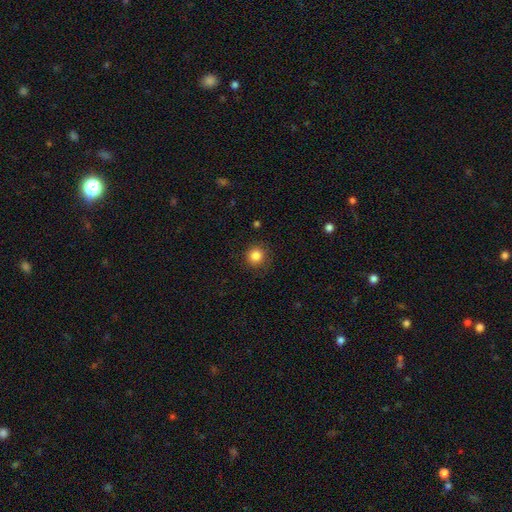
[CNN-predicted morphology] Smooth or featured? smooth (85%)
How rounded? round (93%)
Merging? none (86%)